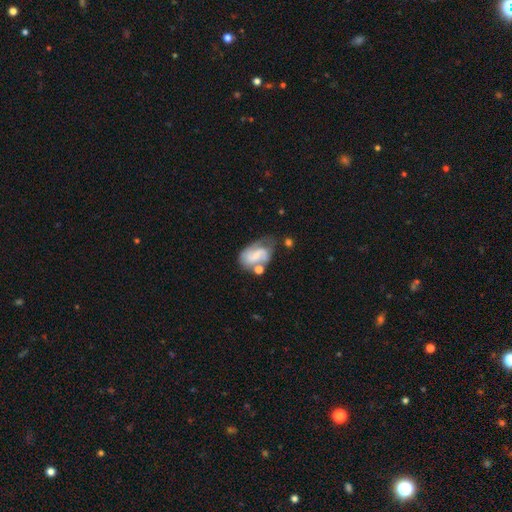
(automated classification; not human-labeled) Smooth or featured? featured or disk (59%)
Edge-on disk? no (97%)
Bar? weak (44%)
Spiral arms? yes (80%)
Bulge size? small (48%)
Merging? none (37%)